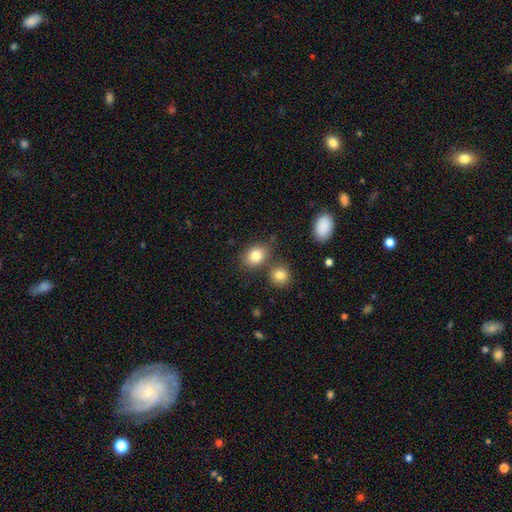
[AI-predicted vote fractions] A smooth galaxy with no disk features (82%) that is in between round and cigar-shaped (60%). Merging: none (68%).